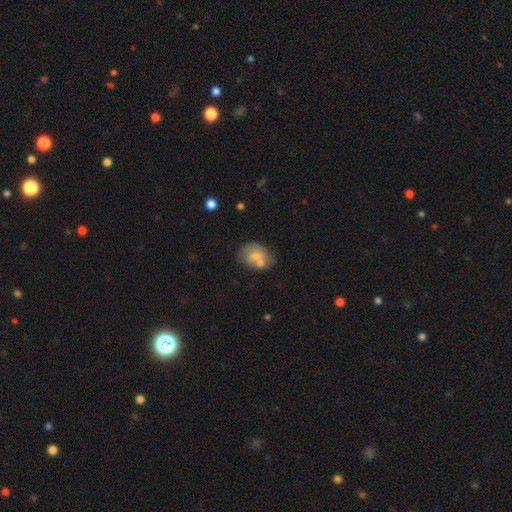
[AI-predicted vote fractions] Overall: smooth (65%; featured or disk 27%). How rounded: in between (69%; round 30%). Merging: none (42%; merger 28%).